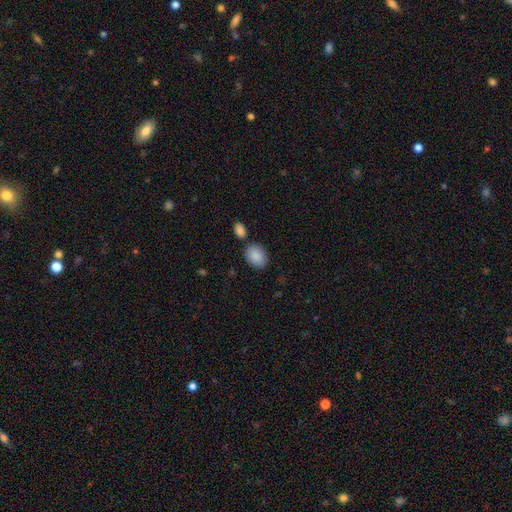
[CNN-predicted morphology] Overall: smooth (89%). How rounded: in between (74%). Merging: none (76%).